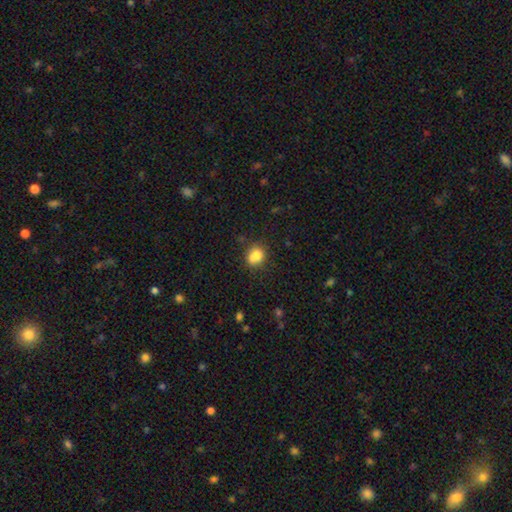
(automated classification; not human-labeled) The model was most divided on "how rounded": round: 64%, in between: 35%, cigar-shaped: 1%. More confident: smooth or featured — smooth (79%); merging — none (55%).